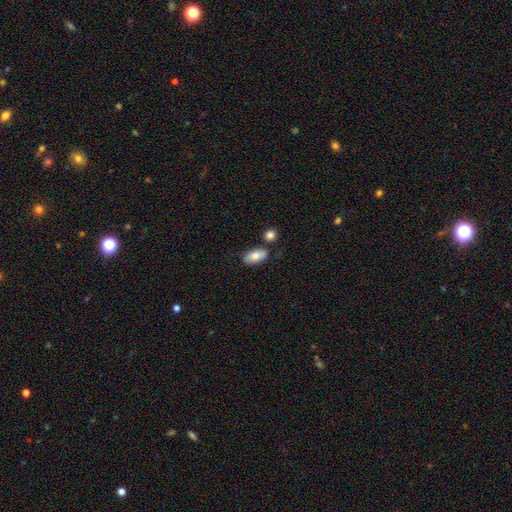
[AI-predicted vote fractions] Smooth or featured? Predicted: smooth (p=0.81). How rounded? Predicted: in between (p=0.91). Merging? Predicted: none (p=0.76).